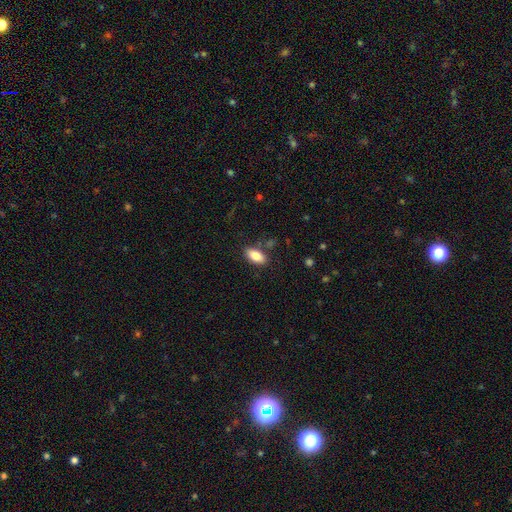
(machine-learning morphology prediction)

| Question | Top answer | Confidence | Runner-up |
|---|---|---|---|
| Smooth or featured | smooth | 84% | featured or disk (9%) |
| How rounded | in between | 91% | cigar-shaped (6%) |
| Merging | none | 82% | minor disturbance (12%) |